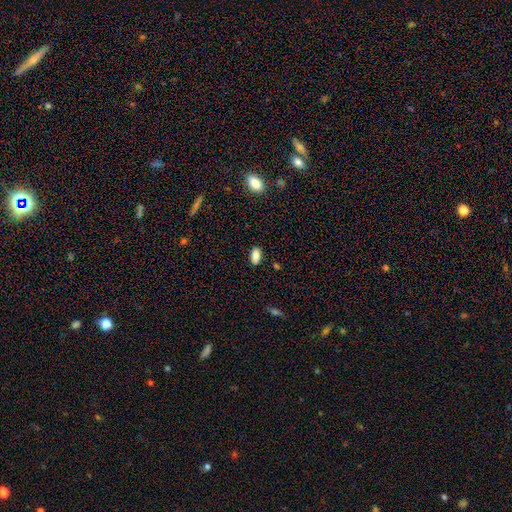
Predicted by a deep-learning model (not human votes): smooth-or-featured: smooth: 86% | star or artifact: 8% | featured or disk: 5%
  how-rounded: in between: 90% | cigar-shaped: 6% | round: 4%
  merging: none: 87% | minor disturbance: 10% | major disturbance: 2% | merger: 1%